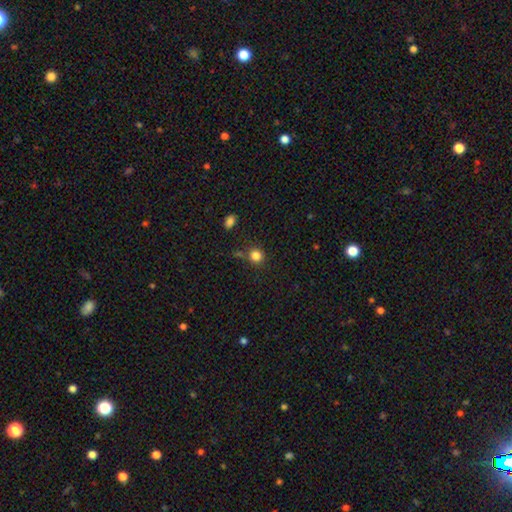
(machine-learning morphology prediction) smooth 83%, star or artifact 12%, featured or disk 4%. Down the decision tree: how rounded — round (88%); merging — none (78%).